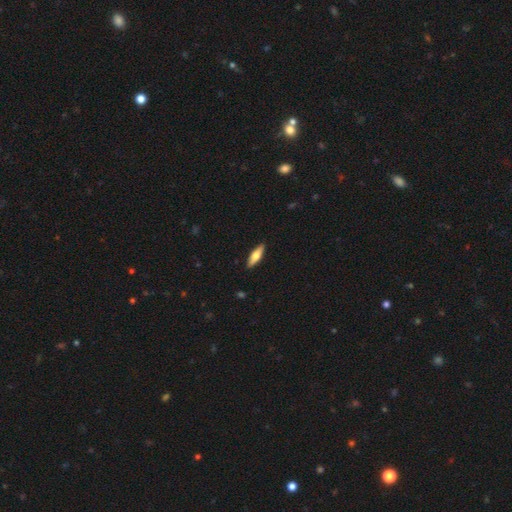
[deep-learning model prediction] This is possibly a smooth galaxy (57%). How rounded: possibly cigar-shaped (57%). Merging: clearly none (90%).